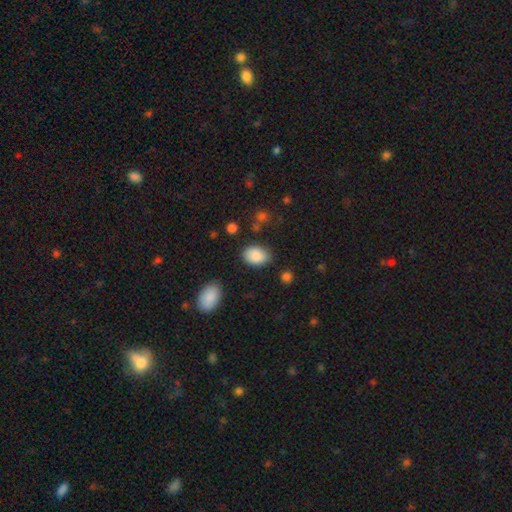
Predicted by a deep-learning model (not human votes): smooth_or_featured: smooth (p=0.87) [alt: star or artifact p=0.08]
how_rounded: in between (p=0.78) [alt: round p=0.21]
merging: none (p=0.78) [alt: minor disturbance p=0.15]